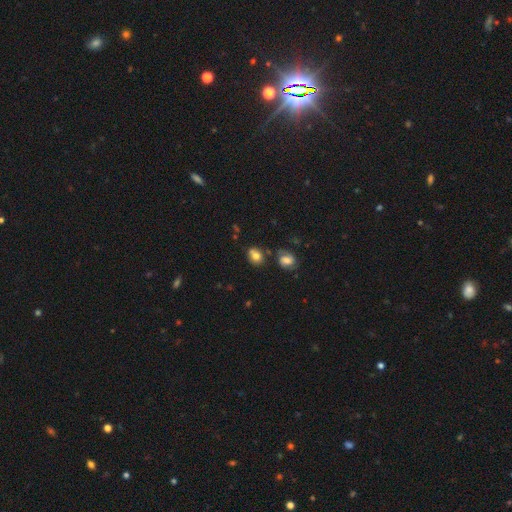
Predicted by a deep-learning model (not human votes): smooth_or_featured: smooth (p=0.74) [alt: featured or disk p=0.16]
how_rounded: in between (p=0.51) [alt: round p=0.47]
merging: none (p=0.60) [alt: minor disturbance p=0.19]